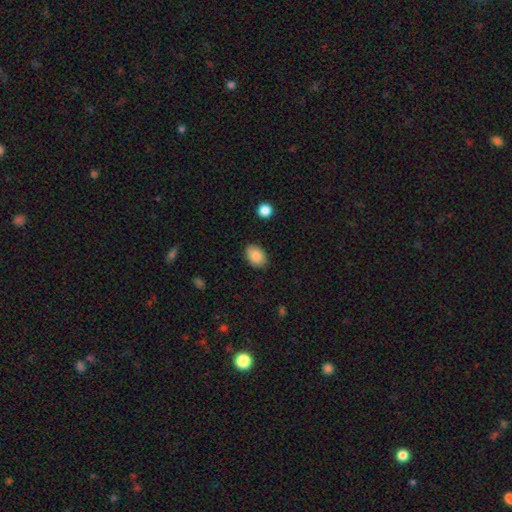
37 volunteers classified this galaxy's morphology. A smooth galaxy with no disk features (89%) that is in between round and cigar-shaped (88%).

Vote fractions:
- Smooth or featured? smooth: 89% / featured or disk: 5% / star or artifact: 5%
- How rounded? in between: 88% / round: 9% / cigar-shaped: 3%
- Merging? none: 86% / minor disturbance: 9% / major disturbance: 3% / merger: 3%